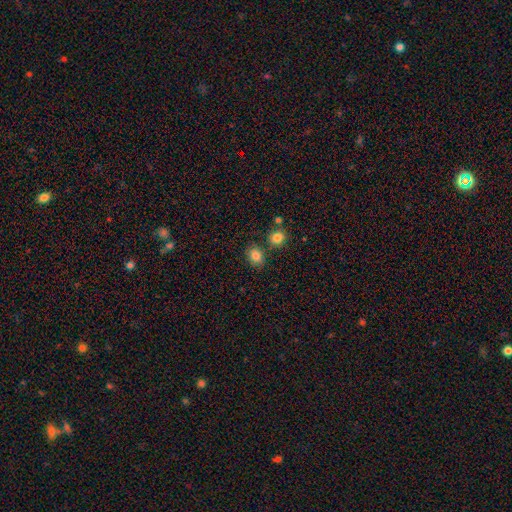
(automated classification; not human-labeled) Smooth or featured? smooth (83%)
How rounded? in between (55%)
Merging? none (76%)